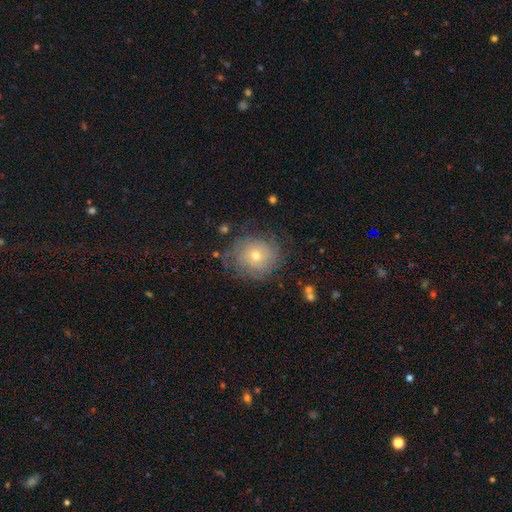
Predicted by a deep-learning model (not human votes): Morphology: type=featured or disk (55%); edge-on=no (97%); bar=no (86%); spiral arms=yes (75%); bulge=small (53%); merging=none (71%).